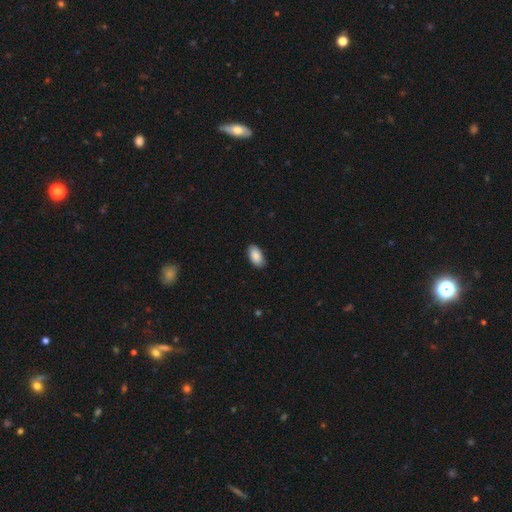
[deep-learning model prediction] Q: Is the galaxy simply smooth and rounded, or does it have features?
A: smooth — 88%.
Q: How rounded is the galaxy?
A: in between — 95%.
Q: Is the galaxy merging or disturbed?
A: none — 86%.